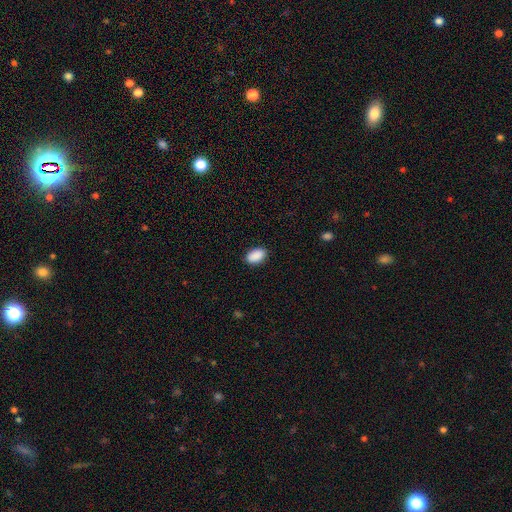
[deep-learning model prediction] Q: Smooth or featured?
A: smooth (91%); runner-up: star or artifact (7%)
Q: How rounded?
A: in between (92%); runner-up: round (7%)
Q: Merging?
A: none (89%); runner-up: minor disturbance (8%)